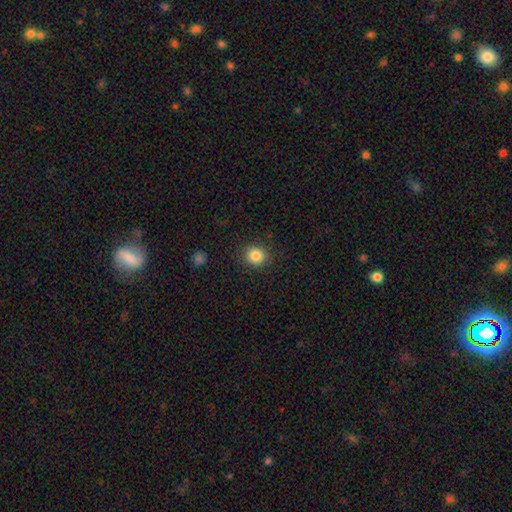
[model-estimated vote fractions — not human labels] Q: Smooth or featured?
A: smooth (85%); runner-up: star or artifact (10%)
Q: How rounded?
A: round (83%); runner-up: in between (16%)
Q: Merging?
A: none (89%); runner-up: minor disturbance (7%)